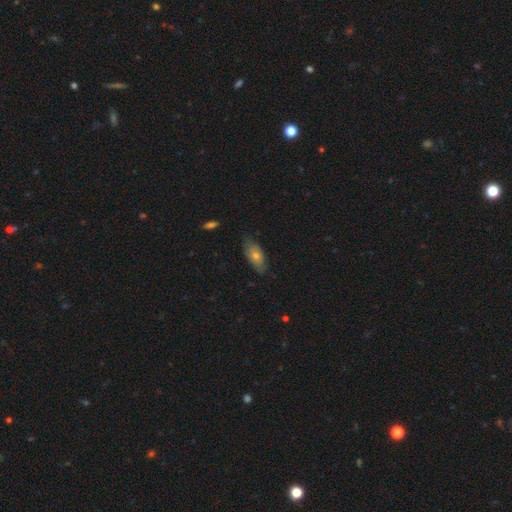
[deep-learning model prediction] Overall: smooth (57%; featured or disk 34%). How rounded: in between (82%). Merging: none (74%).